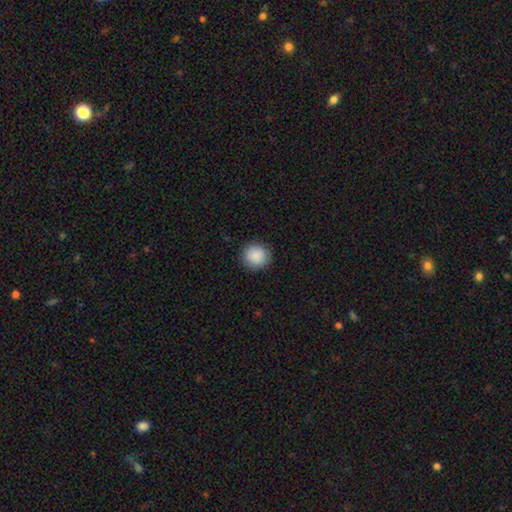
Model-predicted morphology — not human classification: smooth 89%, star or artifact 8%, featured or disk 3%. Down the decision tree: how rounded — round (92%); merging — none (90%).